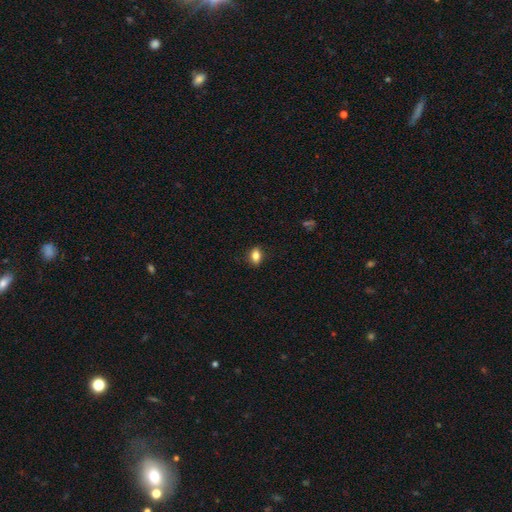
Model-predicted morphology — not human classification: Smooth or featured: smooth — 82% (star or artifact — 9%)
How rounded: in between — 76% (round — 21%)
Merging: none — 85% (minor disturbance — 12%)